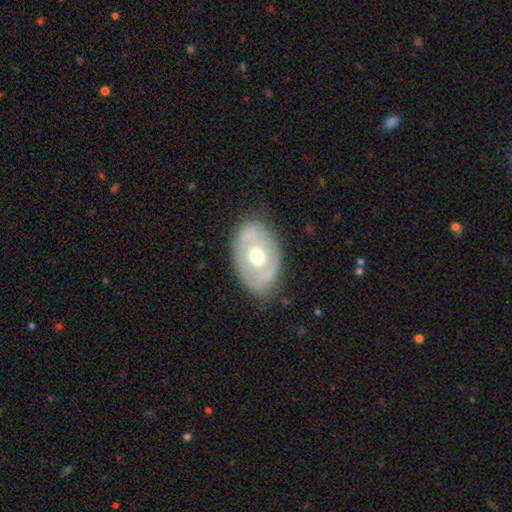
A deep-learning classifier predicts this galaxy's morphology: This appears to be a featured or disk galaxy (55%) with no bar (80%), no spiral arms (78%) and a moderate central bulge (73%). Merging: none (77%).